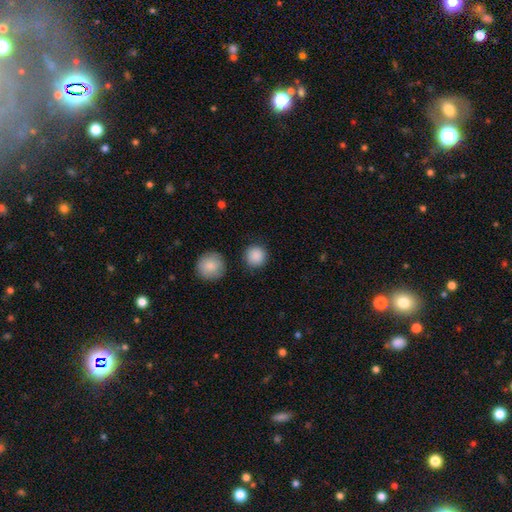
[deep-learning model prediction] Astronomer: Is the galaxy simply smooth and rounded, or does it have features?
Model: smooth — 88%.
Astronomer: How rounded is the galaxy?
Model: round — 94%.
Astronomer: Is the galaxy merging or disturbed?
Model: none — 85%.